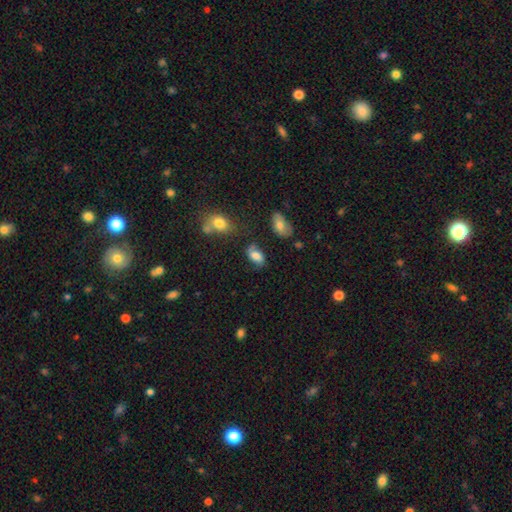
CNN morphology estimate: This appears to be a smooth galaxy with no disk features (66%) that is in between round and cigar-shaped (89%). Merging: none (62%).